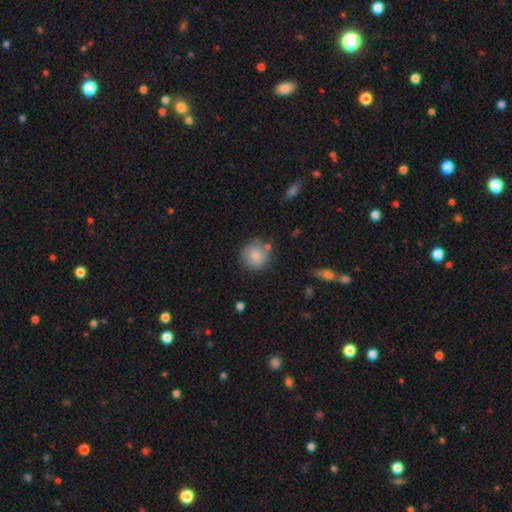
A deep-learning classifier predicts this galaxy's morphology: This appears to be a smooth galaxy with no disk features (85%) that is round (91%). Merging: none (75%).